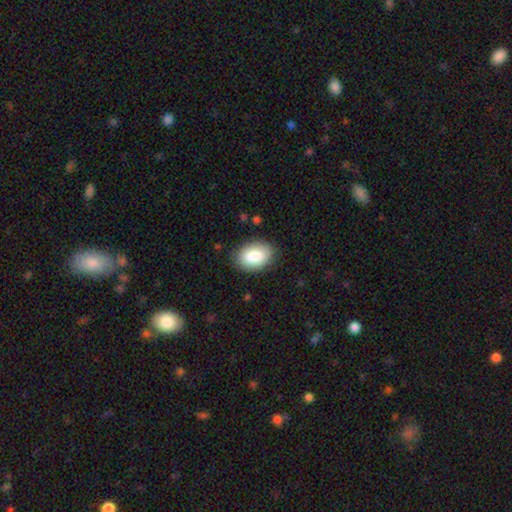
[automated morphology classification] This is clearly a smooth galaxy (87%). How rounded: clearly in between (86%). Merging: clearly none (84%).